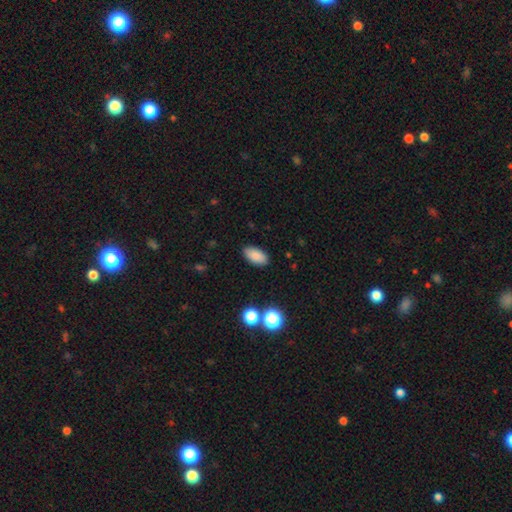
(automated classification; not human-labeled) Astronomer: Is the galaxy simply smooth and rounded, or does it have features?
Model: smooth — 86%.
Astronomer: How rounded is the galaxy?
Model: in between — 92%.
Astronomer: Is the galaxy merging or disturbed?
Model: none — 89%.